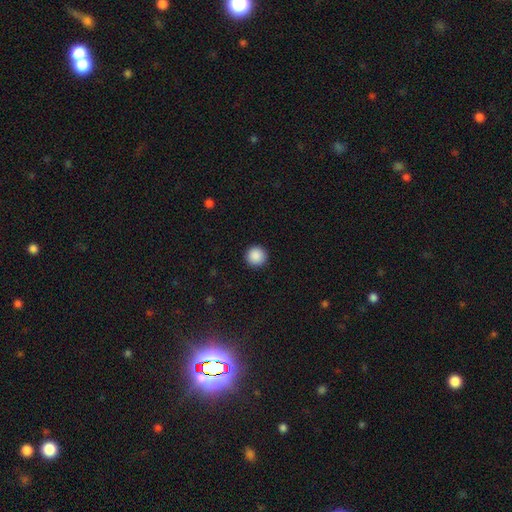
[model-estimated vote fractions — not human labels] Q: Smooth or featured?
A: smooth (89%); runner-up: star or artifact (9%)
Q: How rounded?
A: round (96%); runner-up: in between (3%)
Q: Merging?
A: none (93%); runner-up: minor disturbance (4%)